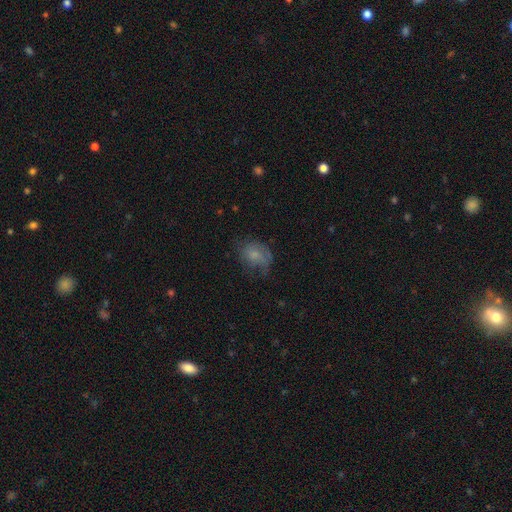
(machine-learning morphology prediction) A smooth galaxy with no disk features (61%) that is in between round and cigar-shaped (58%).

Vote fractions:
- Smooth or featured? smooth: 61% / featured or disk: 28% / star or artifact: 10%
- How rounded? in between: 58% / round: 40% / cigar-shaped: 1%
- Merging? none: 48% / minor disturbance: 29% / major disturbance: 21% / merger: 2%